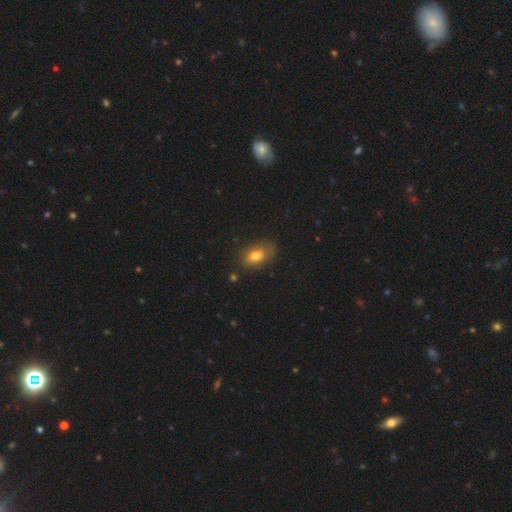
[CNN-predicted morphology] smooth_or_featured: smooth (p=0.75) [alt: featured or disk p=0.14]
how_rounded: in between (p=0.83) [alt: round p=0.13]
merging: none (p=0.73) [alt: minor disturbance p=0.20]